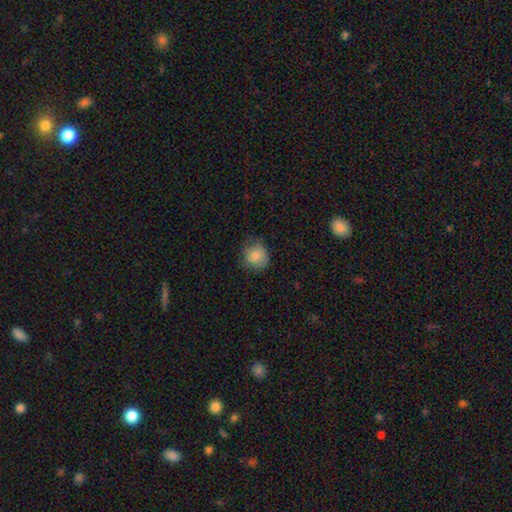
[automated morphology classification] Q: Smooth or featured?
A: smooth (84%); runner-up: star or artifact (8%)
Q: How rounded?
A: round (82%); runner-up: in between (17%)
Q: Merging?
A: none (71%); runner-up: minor disturbance (22%)